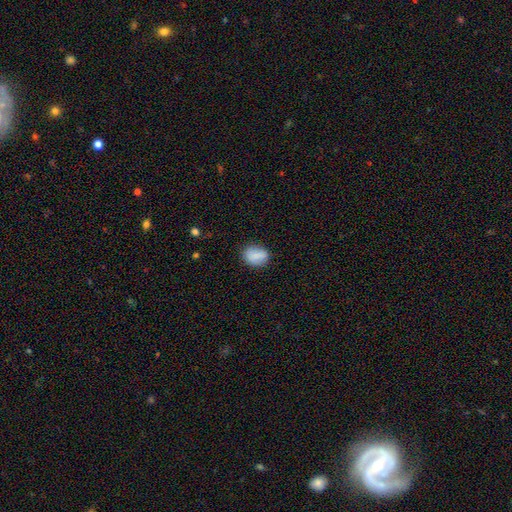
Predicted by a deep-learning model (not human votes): This is clearly a smooth galaxy (83%). How rounded: possibly in between (59%). Merging: likely none (79%).